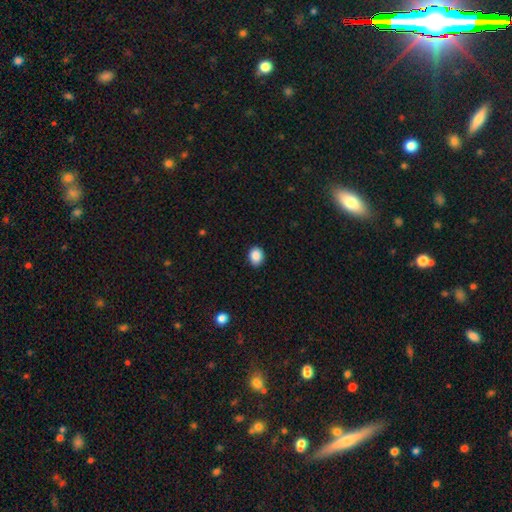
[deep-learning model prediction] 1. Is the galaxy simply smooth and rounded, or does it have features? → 89% smooth, 9% star or artifact, 3% featured or disk.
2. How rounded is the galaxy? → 54% in between, 45% round, 1% cigar-shaped.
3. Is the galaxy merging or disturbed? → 90% none, 8% minor disturbance, 2% major disturbance, 1% merger.